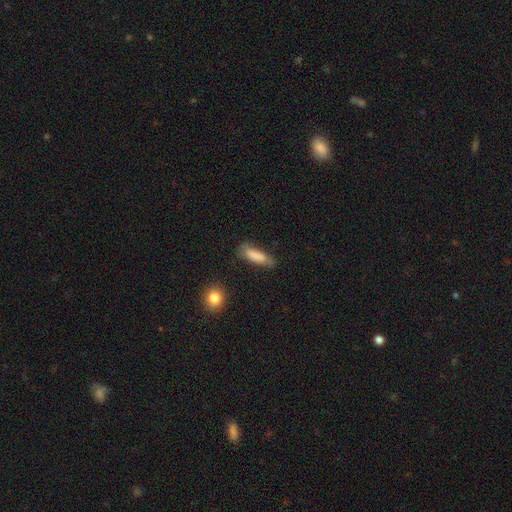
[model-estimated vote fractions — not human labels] smooth_or_featured: smooth (p=0.81) [alt: featured or disk p=0.11]
how_rounded: cigar-shaped (p=0.52) [alt: in between p=0.46]
merging: none (p=0.57) [alt: minor disturbance p=0.30]